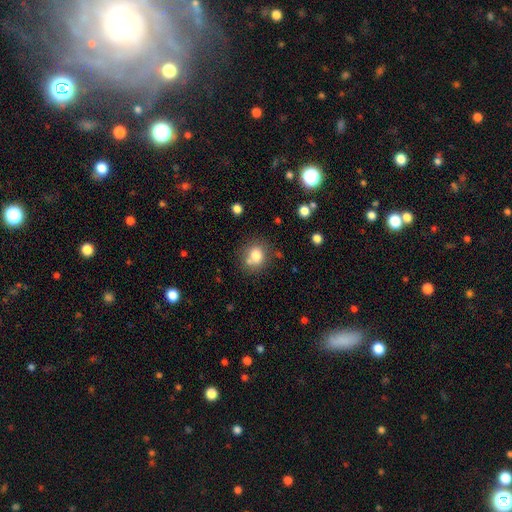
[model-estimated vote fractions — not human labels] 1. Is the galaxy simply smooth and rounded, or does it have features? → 78% smooth, 11% star or artifact, 11% featured or disk.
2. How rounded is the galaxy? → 74% round, 25% in between, 1% cigar-shaped.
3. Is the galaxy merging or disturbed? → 63% none, 18% merger, 14% minor disturbance, 5% major disturbance.